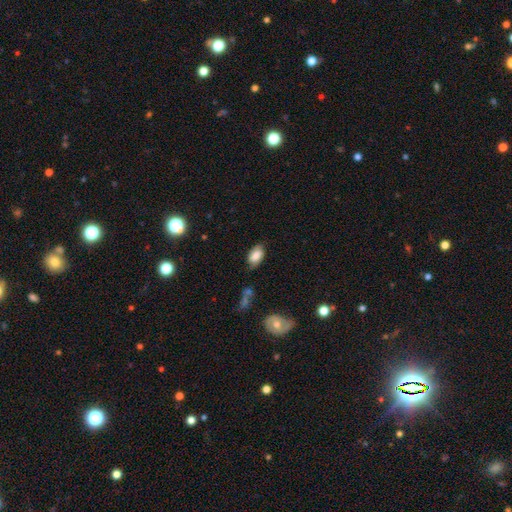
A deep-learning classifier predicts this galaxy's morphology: smooth-or-featured: smooth: 76% | featured or disk: 16% | star or artifact: 8%
  how-rounded: in between: 92% | round: 6% | cigar-shaped: 2%
  merging: none: 74% | minor disturbance: 20% | major disturbance: 5% | merger: 2%